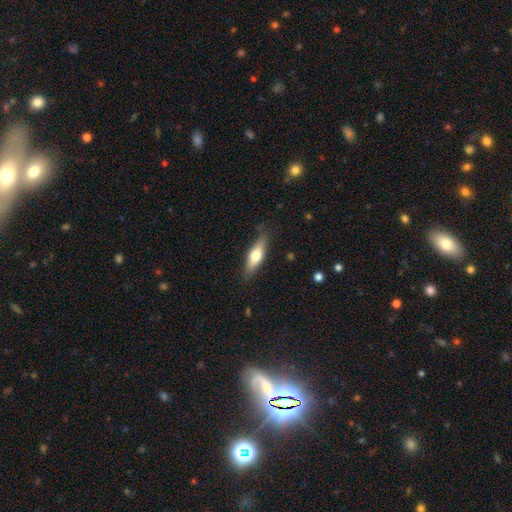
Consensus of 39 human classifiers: Smooth or featured? smooth (51%)
How rounded? cigar-shaped (65%)
Merging? none (89%)